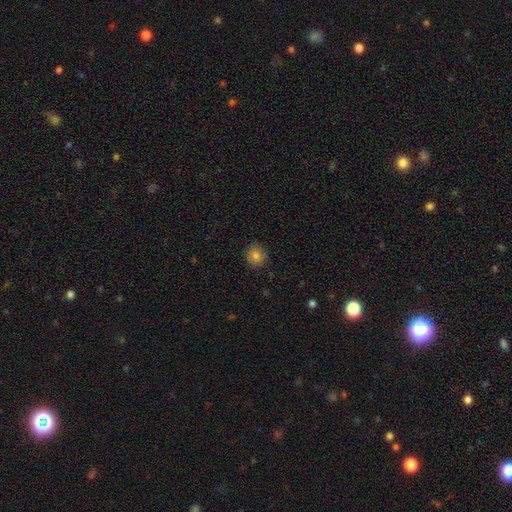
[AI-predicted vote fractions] Smooth or featured: smooth — 82% (star or artifact — 11%)
How rounded: round — 91% (in between — 9%)
Merging: none — 90% (minor disturbance — 7%)